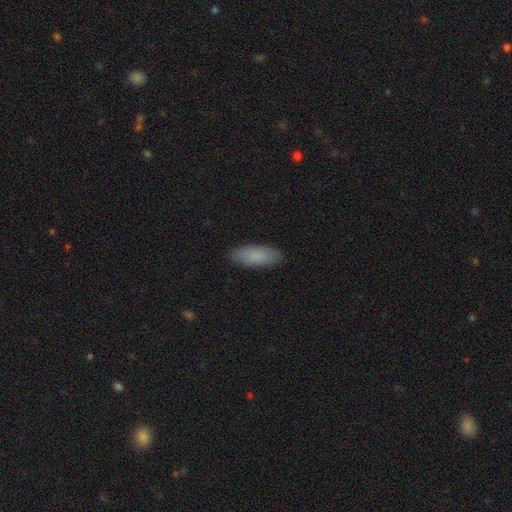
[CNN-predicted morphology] Overall: smooth (85%). How rounded: in between (77%). Merging: none (88%).